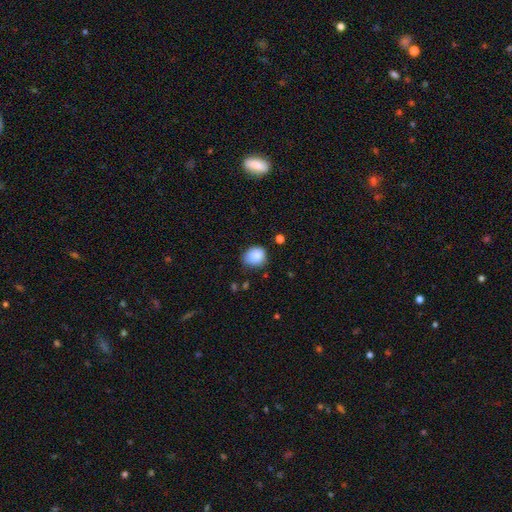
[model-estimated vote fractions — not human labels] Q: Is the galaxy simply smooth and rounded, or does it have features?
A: smooth — 87%.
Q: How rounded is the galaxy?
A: round — 62%.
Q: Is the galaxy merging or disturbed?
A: none — 67%.